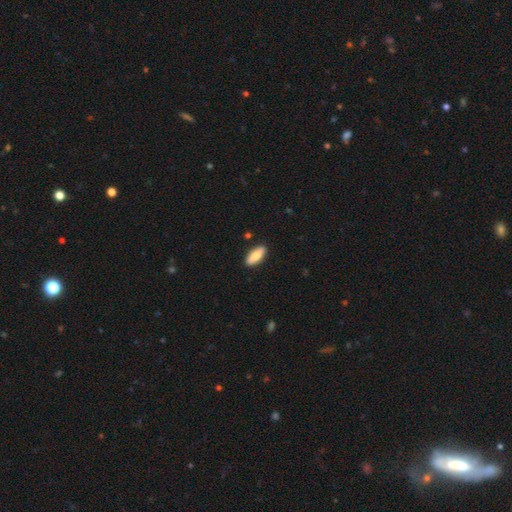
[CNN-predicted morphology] The model was most divided on "how rounded": in between: 71%, cigar-shaped: 27%, round: 2%. More confident: merging — none (89%); smooth or featured — smooth (77%).